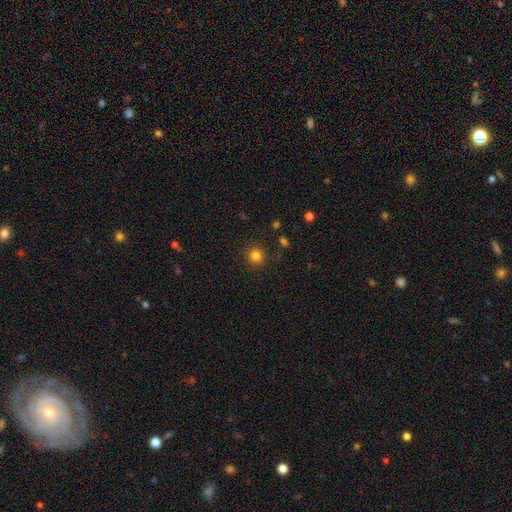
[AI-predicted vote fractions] This appears to be a smooth galaxy with no disk features (82%) that is round (92%). Merging: none (90%).